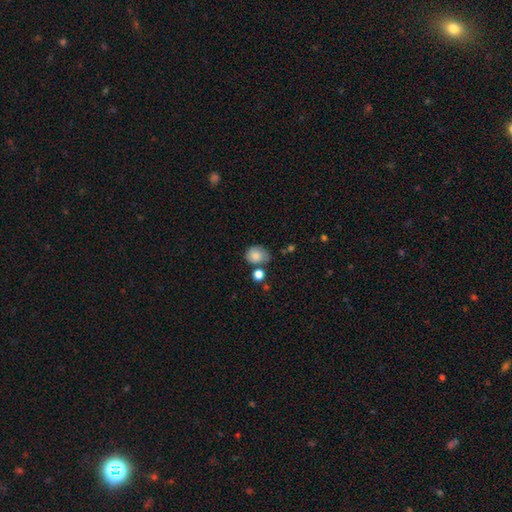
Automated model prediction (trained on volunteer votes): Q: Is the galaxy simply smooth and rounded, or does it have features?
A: smooth — 80%.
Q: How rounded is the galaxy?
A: round — 56%.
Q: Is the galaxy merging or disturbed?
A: none — 52%.